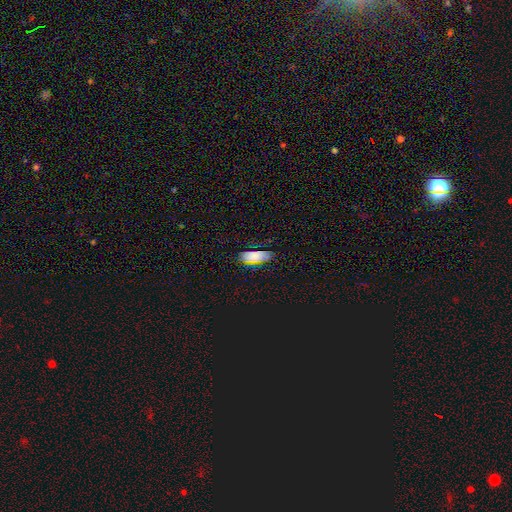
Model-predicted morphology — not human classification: Smooth or featured: smooth — 69% (star or artifact — 24%)
How rounded: in between — 89% (cigar-shaped — 7%)
Merging: none — 82% (minor disturbance — 13%)